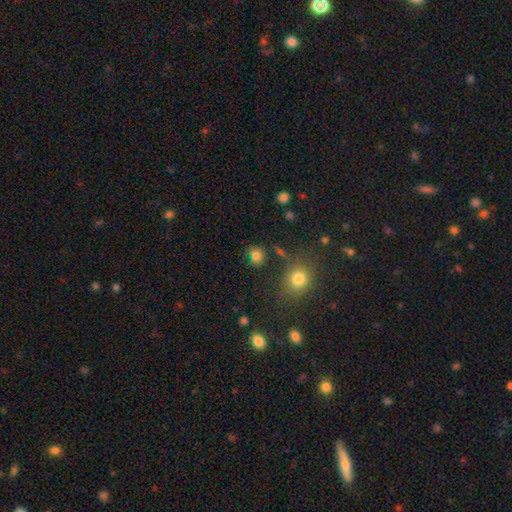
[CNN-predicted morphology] A smooth galaxy with no disk features (79%) that is round (79%).

Vote fractions:
- Smooth or featured? smooth: 79% / star or artifact: 15% / featured or disk: 6%
- How rounded? round: 79% / in between: 19% / cigar-shaped: 1%
- Merging? none: 74% / minor disturbance: 13% / merger: 8% / major disturbance: 5%